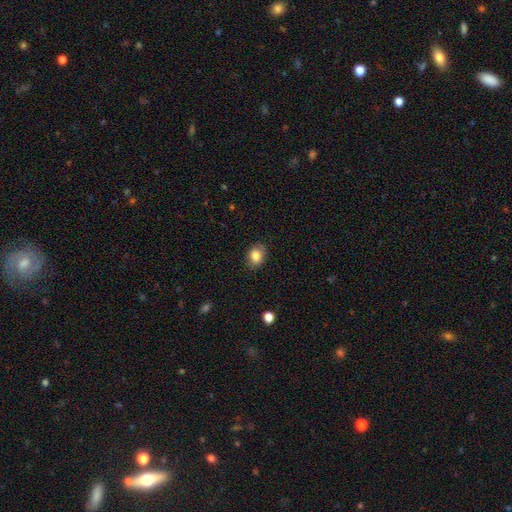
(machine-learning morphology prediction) smooth 84%, star or artifact 9%, featured or disk 7%. Down the decision tree: how rounded — in between (66%); merging — none (82%).